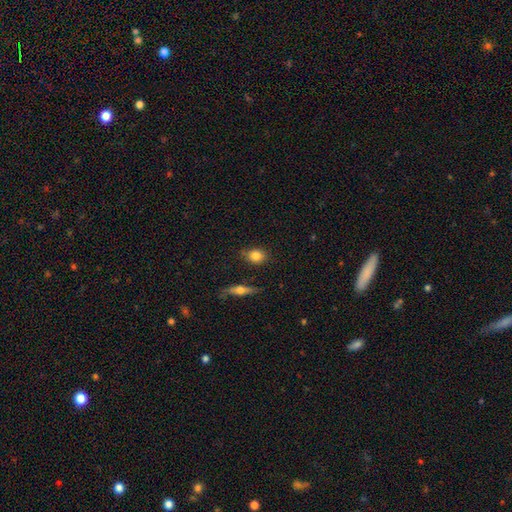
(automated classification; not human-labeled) A smooth galaxy with no disk features (82%) that is round (56%). Merging: none (77%).